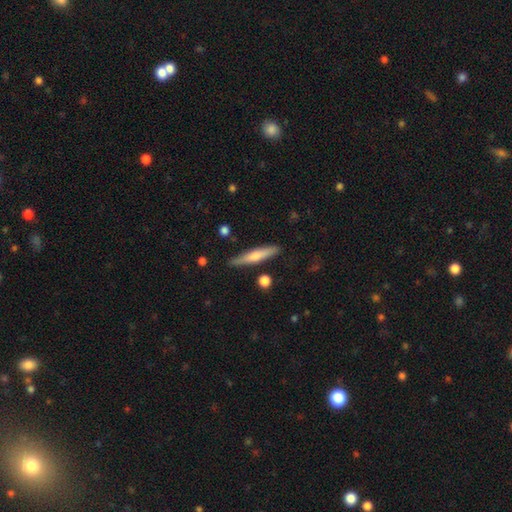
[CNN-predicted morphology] smooth-or-featured: smooth: 48% | featured or disk: 46% | star or artifact: 6%
  merging: none: 86% | minor disturbance: 9% | merger: 2% | major disturbance: 2%